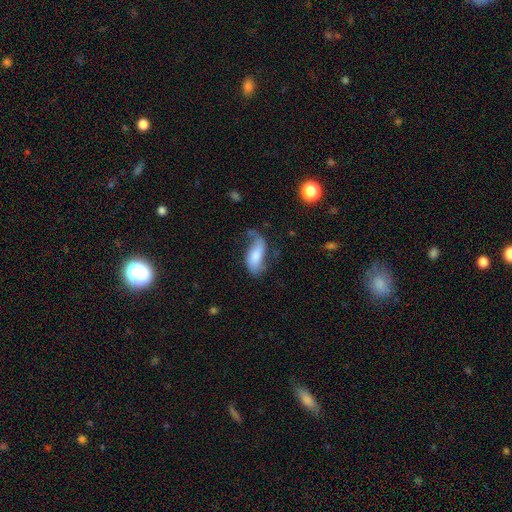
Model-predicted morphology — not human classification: type=smooth (51%); roundness=in between (82%); merging=none (42%).